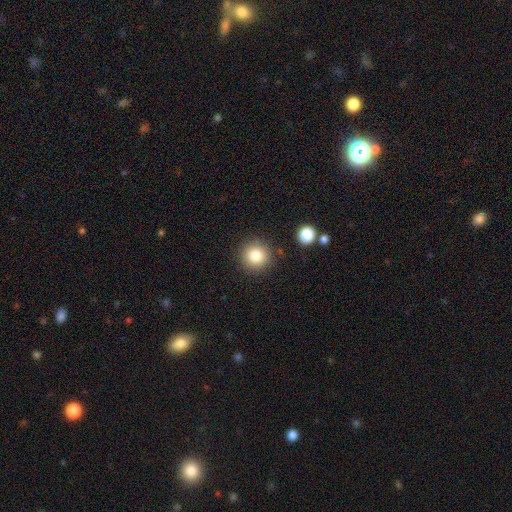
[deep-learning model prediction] Smooth or featured: smooth — 81% (star or artifact — 11%)
How rounded: round — 94% (in between — 5%)
Merging: none — 87% (minor disturbance — 7%)